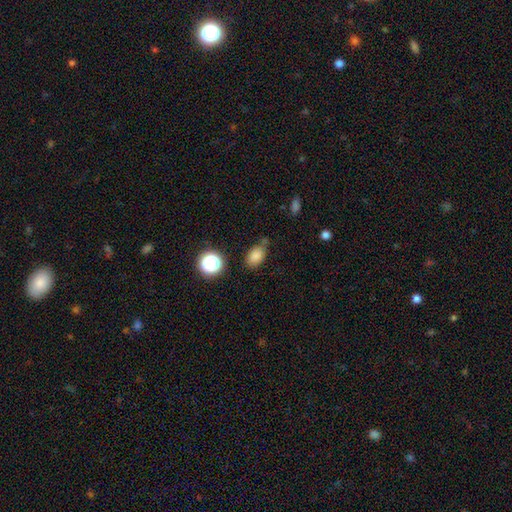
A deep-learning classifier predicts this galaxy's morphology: This is clearly a smooth galaxy (82%). How rounded: likely in between (80%). Merging: likely none (64%).